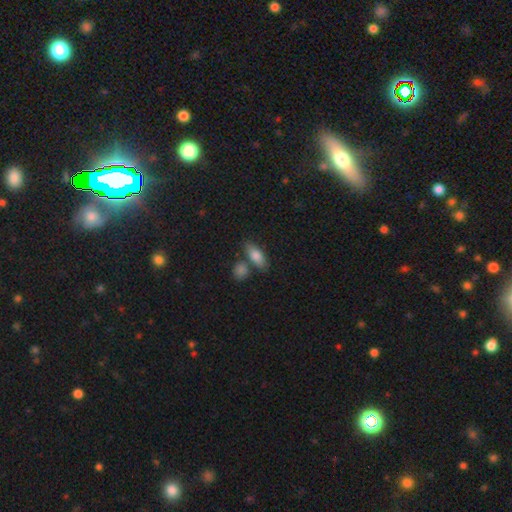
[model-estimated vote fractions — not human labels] The model was most divided on "merging": none: 65%, merger: 19%, minor disturbance: 13%, major disturbance: 4%. More confident: smooth or featured — smooth (81%); how rounded — in between (77%).